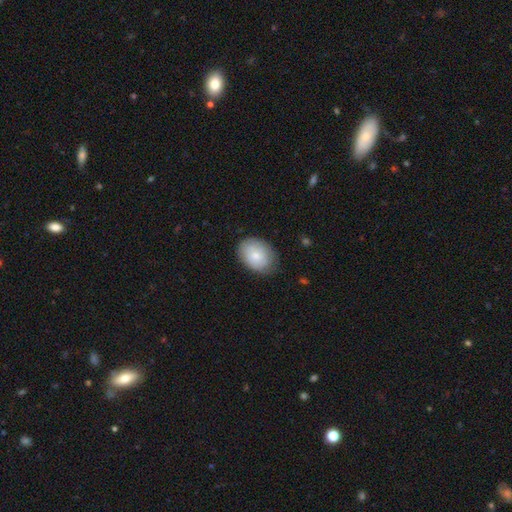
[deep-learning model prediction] A smooth galaxy with no disk features (78%) that is in between round and cigar-shaped (71%). Merging: none (77%).